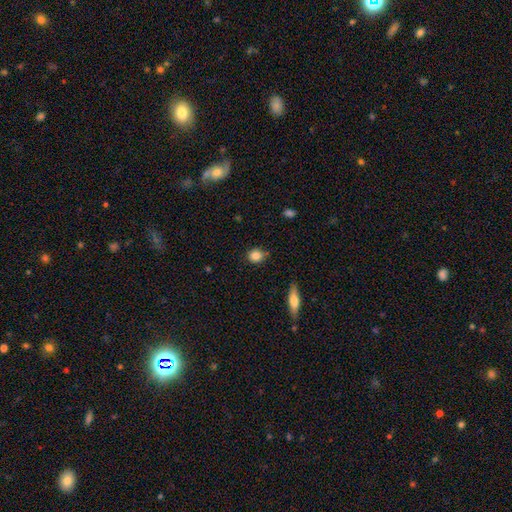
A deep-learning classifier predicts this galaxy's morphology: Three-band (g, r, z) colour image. It shows a smooth galaxy with no disk features (85%) that is round (80%). Merging: none (81%).